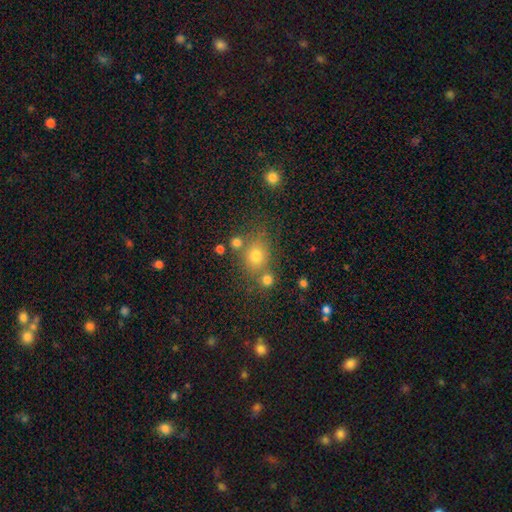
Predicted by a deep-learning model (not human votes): Smooth or featured: smooth — 70% (star or artifact — 19%)
How rounded: round — 66% (in between — 33%)
Merging: none — 65% (merger — 18%)